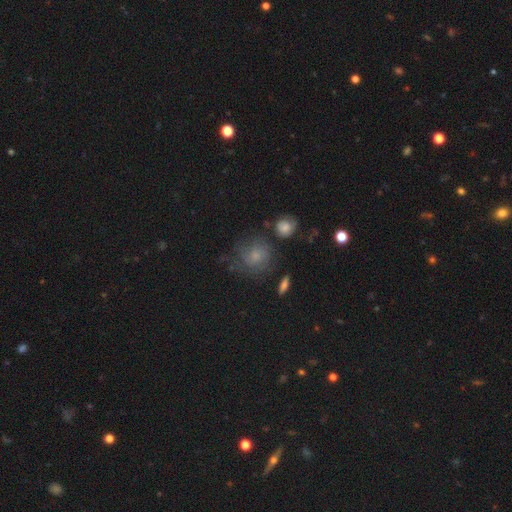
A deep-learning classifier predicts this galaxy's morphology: Smooth or featured: smooth — 50% (featured or disk — 36%)
Merging: none — 56% (minor disturbance — 23%)